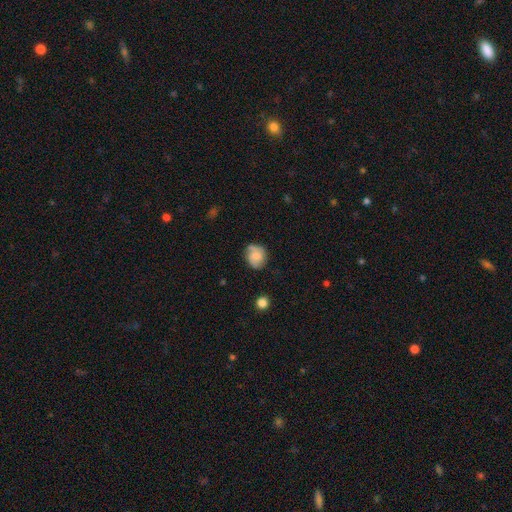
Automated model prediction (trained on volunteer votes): This appears to be a smooth galaxy with no disk features (54%) that is round (66%). Merging: none (65%).